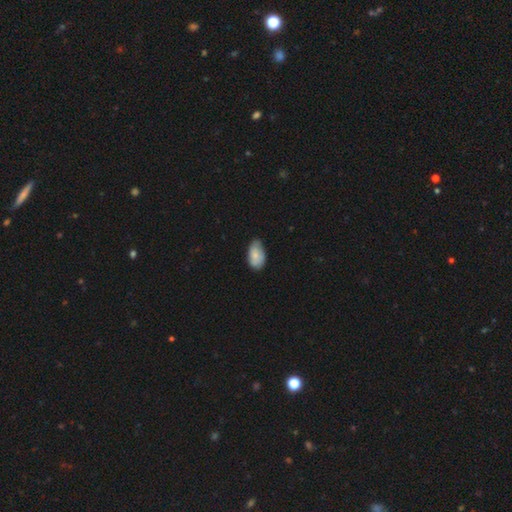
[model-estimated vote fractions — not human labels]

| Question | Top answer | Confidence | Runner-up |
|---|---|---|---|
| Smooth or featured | smooth | 76% | featured or disk (18%) |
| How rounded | in between | 93% | round (5%) |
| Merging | none | 61% | minor disturbance (33%) |